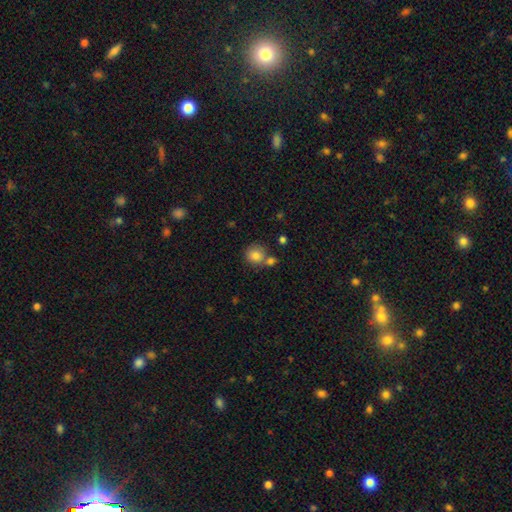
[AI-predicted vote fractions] Overall: smooth (82%). How rounded: round (88%). Merging: none (60%; merger 25%).